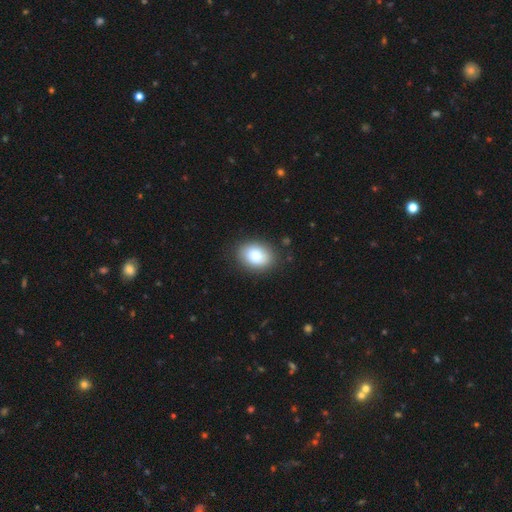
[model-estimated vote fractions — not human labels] Q: Smooth or featured?
A: smooth (84%); runner-up: featured or disk (9%)
Q: How rounded?
A: in between (73%); runner-up: round (26%)
Q: Merging?
A: none (86%); runner-up: minor disturbance (10%)